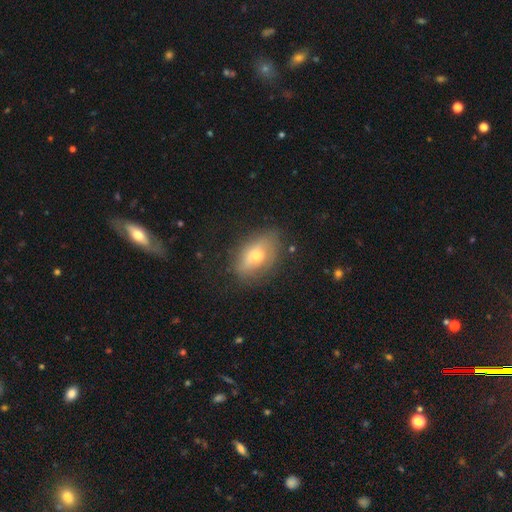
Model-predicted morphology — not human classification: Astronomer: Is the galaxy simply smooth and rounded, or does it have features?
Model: smooth — 58% (runner-up: featured or disk, 33%).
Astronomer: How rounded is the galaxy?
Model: in between — 85%.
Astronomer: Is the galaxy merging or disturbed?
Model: none — 71%.